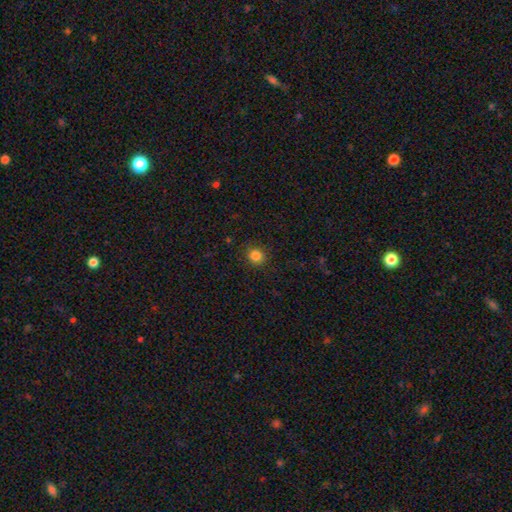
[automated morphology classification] smooth 84%, star or artifact 12%, featured or disk 4%. Down the decision tree: how rounded — round (89%); merging — none (89%).